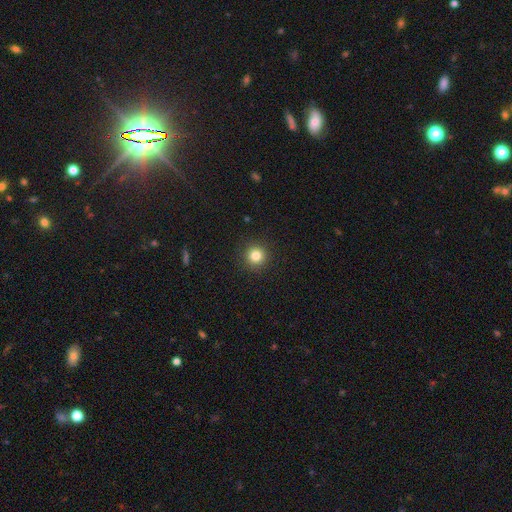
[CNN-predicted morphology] This is clearly a smooth galaxy (83%). How rounded: clearly round (95%). Merging: clearly none (92%).